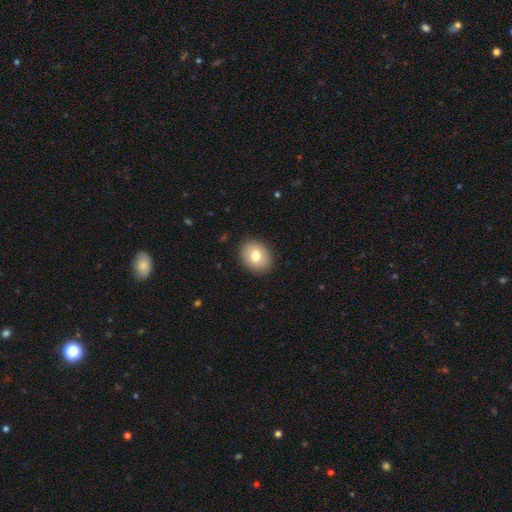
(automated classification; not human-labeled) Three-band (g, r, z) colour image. It shows a smooth galaxy with no disk features (76%) that is round (51%). Merging: none (89%).